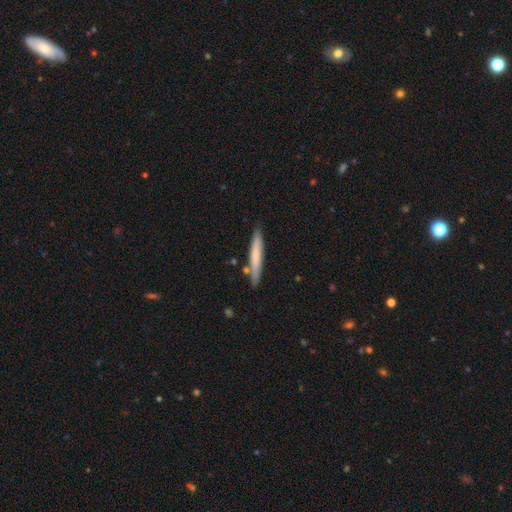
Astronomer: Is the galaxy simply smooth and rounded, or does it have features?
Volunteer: smooth — 68%.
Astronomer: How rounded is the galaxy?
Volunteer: cigar-shaped — 92%.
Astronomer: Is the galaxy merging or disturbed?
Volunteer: none — 86%.